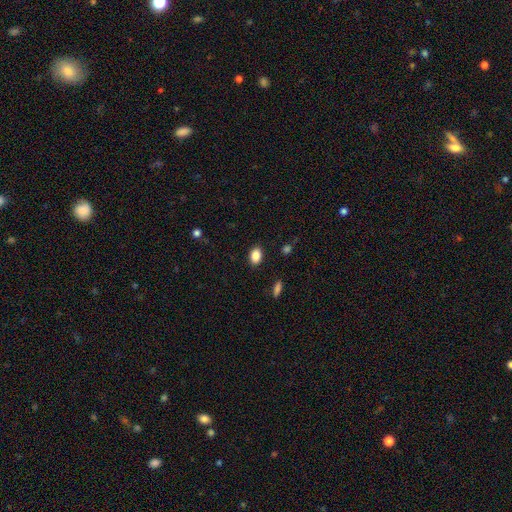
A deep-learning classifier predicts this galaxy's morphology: smooth_or_featured: smooth (p=0.87) [alt: star or artifact p=0.09]
how_rounded: in between (p=0.81) [alt: round p=0.17]
merging: none (p=0.88) [alt: minor disturbance p=0.09]